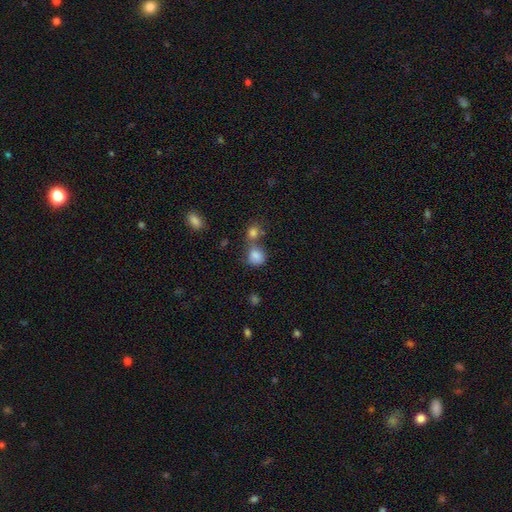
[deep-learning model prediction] This appears to be a smooth galaxy with no disk features (82%) that is round (68%). Merging: none (43%).